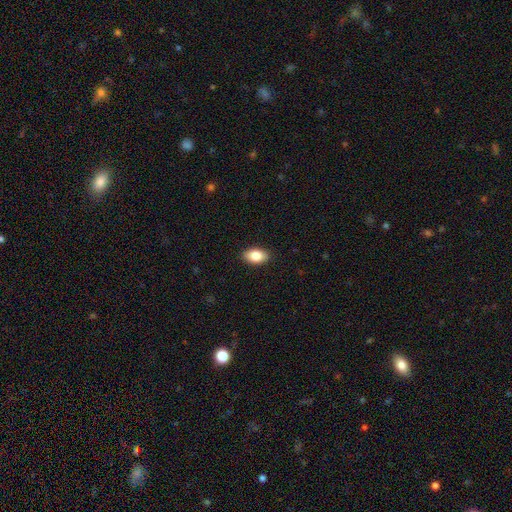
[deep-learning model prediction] Smooth or featured? smooth (86%)
How rounded? in between (93%)
Merging? none (90%)